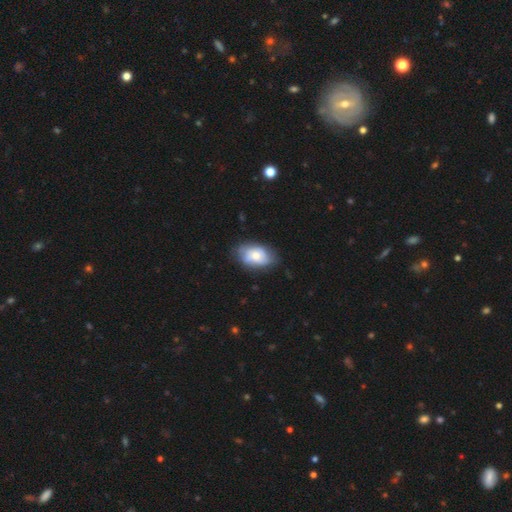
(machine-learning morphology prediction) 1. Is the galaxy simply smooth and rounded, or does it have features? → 56% smooth, 37% featured or disk, 7% star or artifact.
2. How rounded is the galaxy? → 88% in between, 10% round, 1% cigar-shaped.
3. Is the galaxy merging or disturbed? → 66% none, 25% minor disturbance, 7% major disturbance, 2% merger.